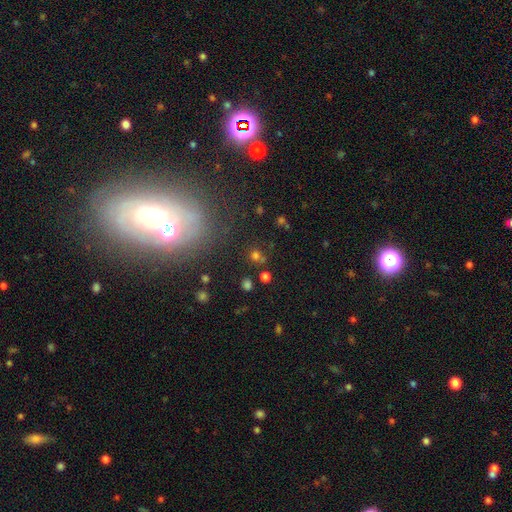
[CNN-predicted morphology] A smooth galaxy with no disk features (68%) that is round (86%).

Vote fractions:
- Smooth or featured? smooth: 68% / star or artifact: 25% / featured or disk: 8%
- How rounded? round: 86% / in between: 13% / cigar-shaped: 1%
- Merging? none: 75% / merger: 11% / minor disturbance: 10% / major disturbance: 5%